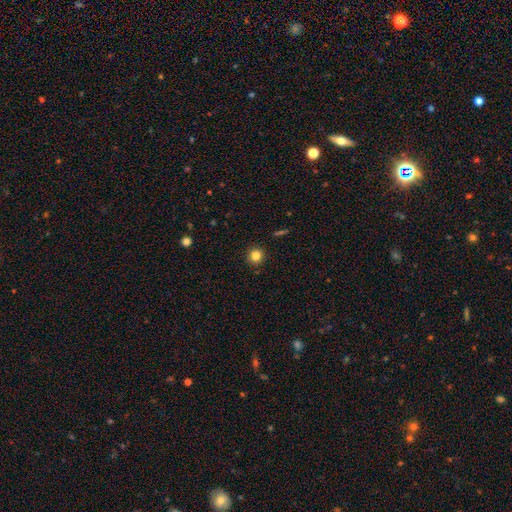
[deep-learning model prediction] Overall: smooth (83%). How rounded: round (93%). Merging: none (92%).